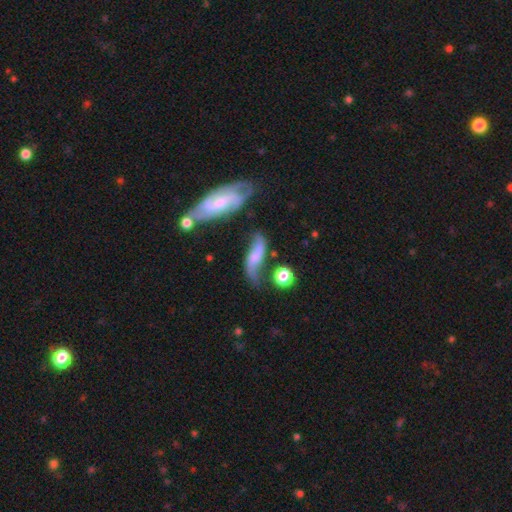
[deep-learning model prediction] Overall: featured or disk (61%; smooth 31%). Edge-on disk: no (85%). Bar: no (47%; weak 39%). Spiral arms: yes (90%). Bulge size: none (37%; small 30%). Merging: none (48%; minor disturbance 25%).